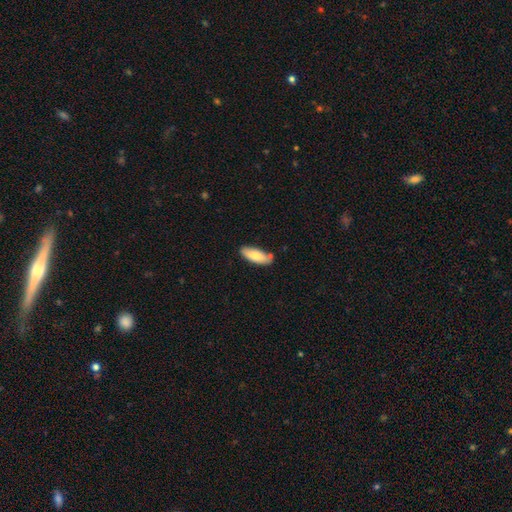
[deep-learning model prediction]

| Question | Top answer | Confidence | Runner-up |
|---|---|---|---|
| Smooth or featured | smooth | 78% | featured or disk (17%) |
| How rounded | in between | 75% | cigar-shaped (24%) |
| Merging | none | 72% | minor disturbance (19%) |